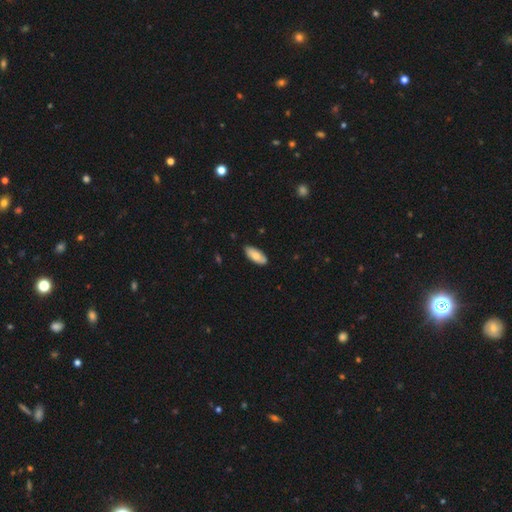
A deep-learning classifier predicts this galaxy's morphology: Smooth or featured? Predicted: smooth (p=0.77). How rounded? Predicted: in between (p=0.86). Merging? Predicted: none (p=0.87).